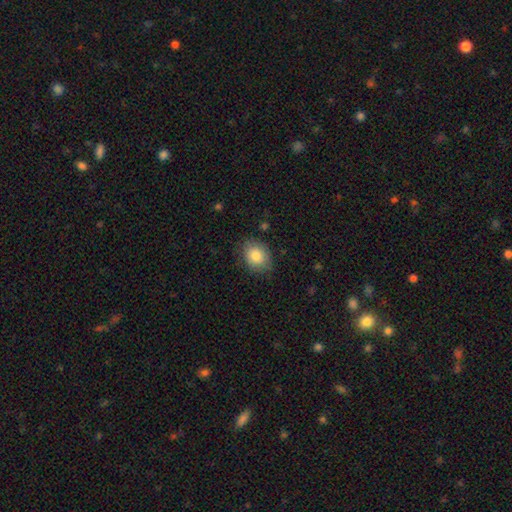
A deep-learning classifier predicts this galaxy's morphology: This appears to be a smooth galaxy with no disk features (84%) that is in between round and cigar-shaped (52%). Merging: none (79%).